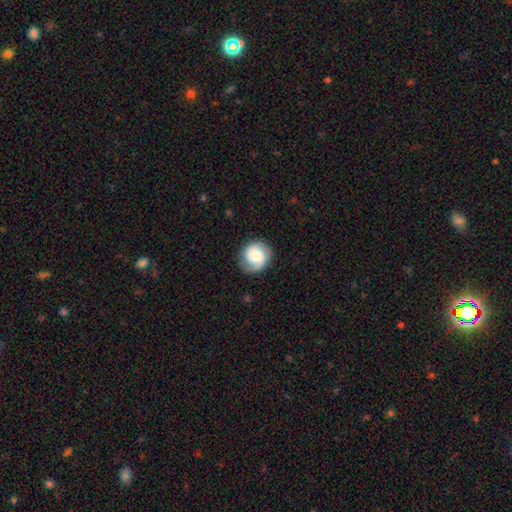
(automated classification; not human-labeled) Morphology: type=smooth (48%); merging=none (78%).